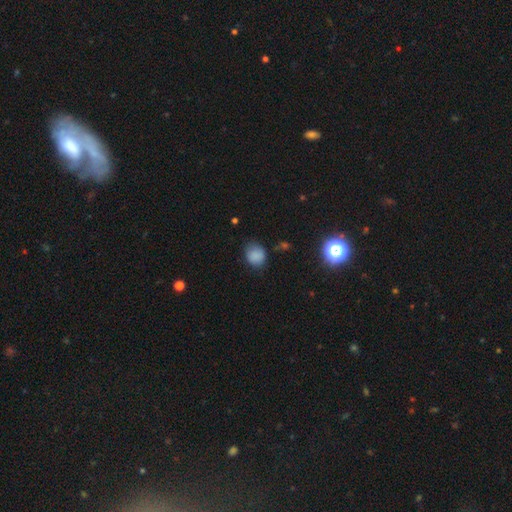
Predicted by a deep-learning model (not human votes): Morphology: type=smooth (83%); roundness=round (73%); merging=none (70%).